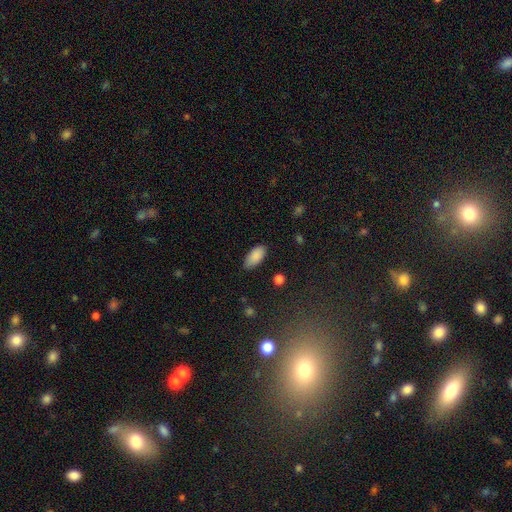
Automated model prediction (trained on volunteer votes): Morphology: type=smooth (88%); roundness=in between (92%); merging=none (81%).